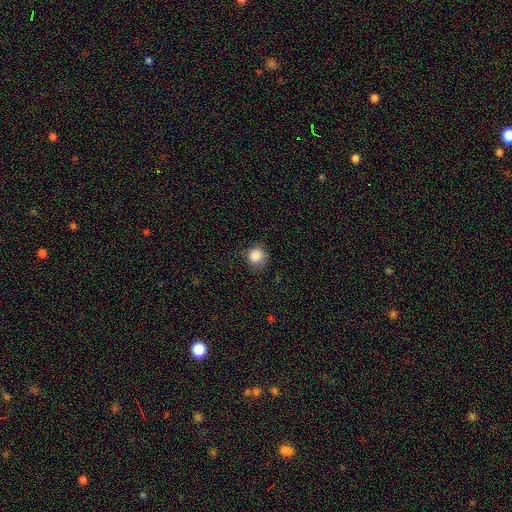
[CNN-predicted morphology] This appears to be a smooth galaxy with no disk features (87%) that is round (90%). Merging: none (77%).